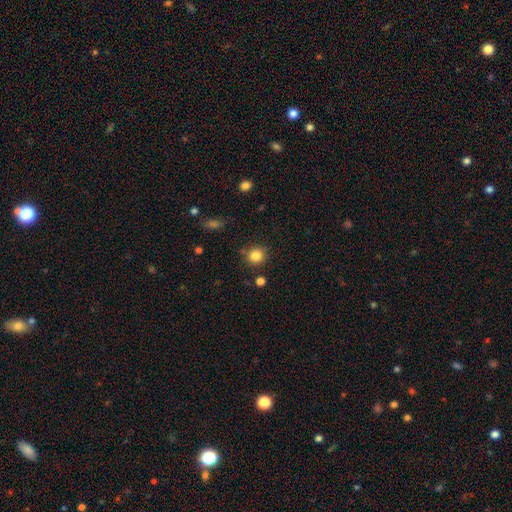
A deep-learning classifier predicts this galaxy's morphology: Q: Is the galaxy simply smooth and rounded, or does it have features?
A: smooth — 84%.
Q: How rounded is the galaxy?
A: round — 88%.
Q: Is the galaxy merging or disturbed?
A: none — 83%.